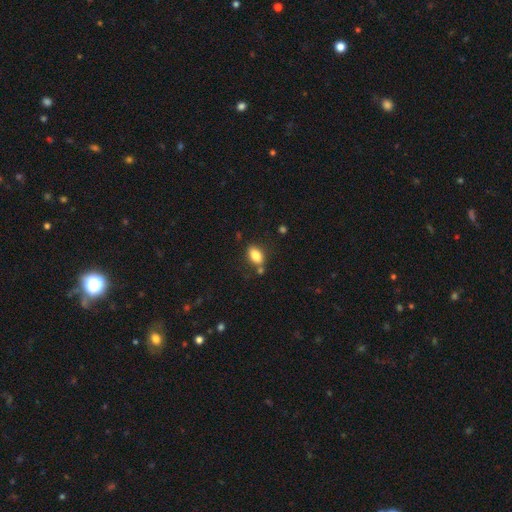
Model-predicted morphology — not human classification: smooth_or_featured: smooth (p=0.84) [alt: star or artifact p=0.08]
how_rounded: in between (p=0.88) [alt: round p=0.08]
merging: none (p=0.73) [alt: minor disturbance p=0.14]